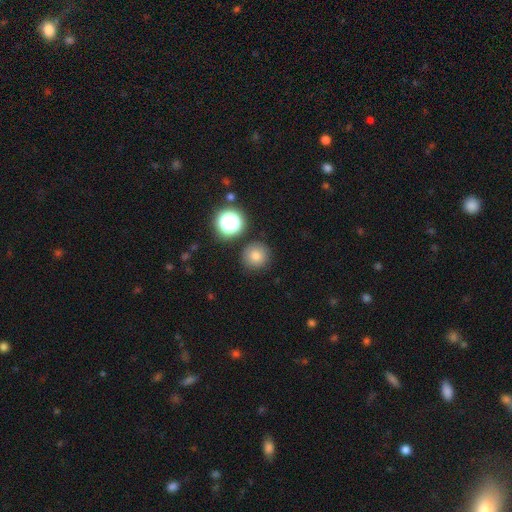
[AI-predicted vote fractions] Smooth or featured?
  - smooth: 78% *
  - star or artifact: 15%
  - featured or disk: 7%
How rounded?
  - round: 94% *
  - in between: 5%
  - cigar-shaped: 1%
Merging?
  - none: 87% *
  - minor disturbance: 8%
  - merger: 3%
  - major disturbance: 3%